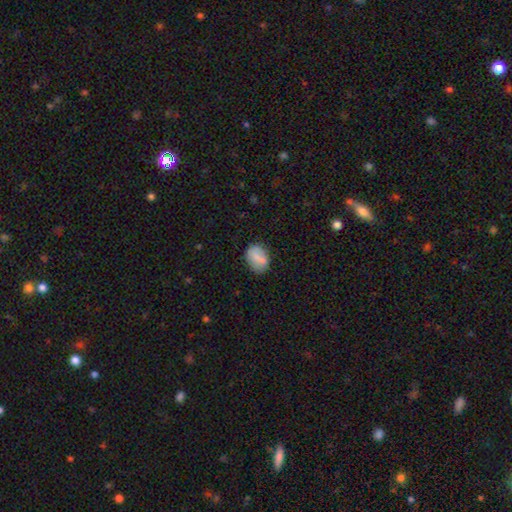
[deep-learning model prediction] Smooth or featured? smooth (73%)
How rounded? in between (72%)
Merging? none (67%)